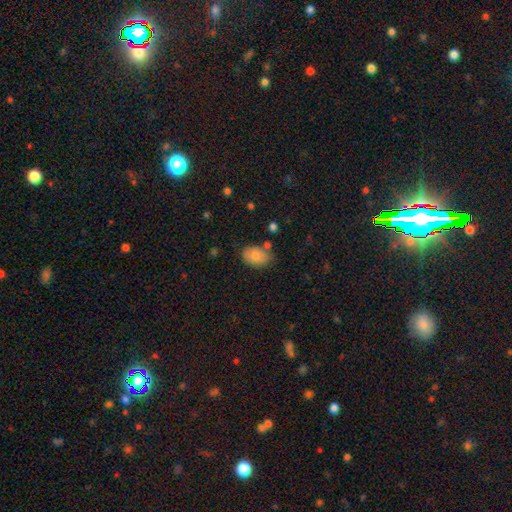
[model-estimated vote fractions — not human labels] Smooth or featured?
  - smooth: 80% *
  - featured or disk: 13%
  - star or artifact: 7%
How rounded?
  - in between: 83% *
  - round: 16%
  - cigar-shaped: 1%
Merging?
  - none: 71% *
  - minor disturbance: 19%
  - merger: 6%
  - major disturbance: 4%